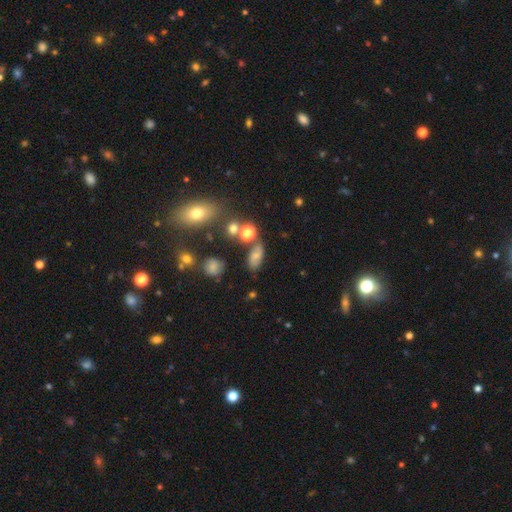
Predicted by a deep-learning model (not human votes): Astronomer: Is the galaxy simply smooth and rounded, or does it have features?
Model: smooth — 56%.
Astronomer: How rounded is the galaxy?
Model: in between — 78%.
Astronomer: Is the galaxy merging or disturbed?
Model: none — 58%.